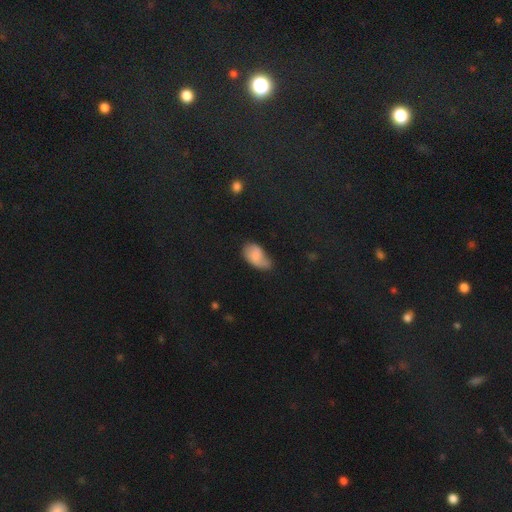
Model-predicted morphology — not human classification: Smooth or featured? Predicted: smooth (p=0.73). How rounded? Predicted: in between (p=0.93). Merging? Predicted: minor disturbance (p=0.46).